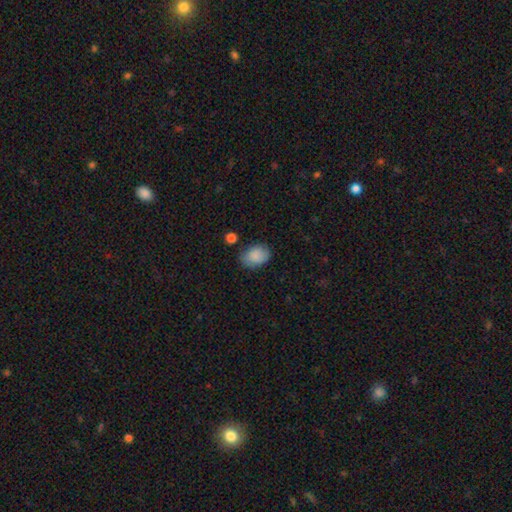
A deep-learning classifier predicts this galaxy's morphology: Smooth or featured? smooth (86%)
How rounded? in between (76%)
Merging? none (73%)